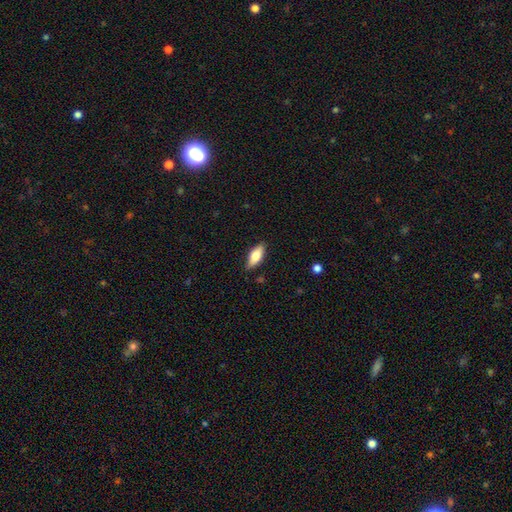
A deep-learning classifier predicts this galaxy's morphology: This appears to be a smooth galaxy with no disk features (73%) that is in between round and cigar-shaped (78%). Merging: none (84%).